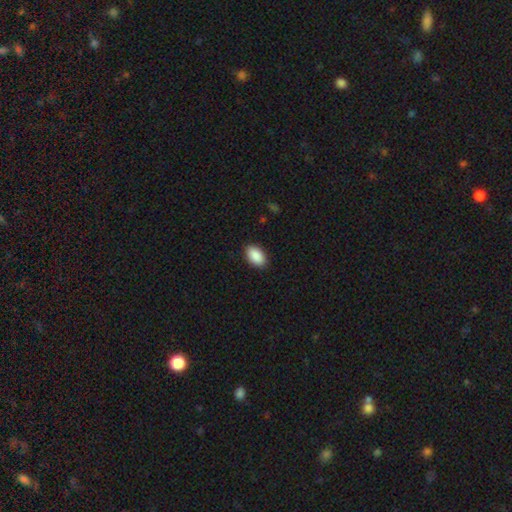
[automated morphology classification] A smooth galaxy with no disk features (91%) that is in between round and cigar-shaped (93%). Merging: none (89%).